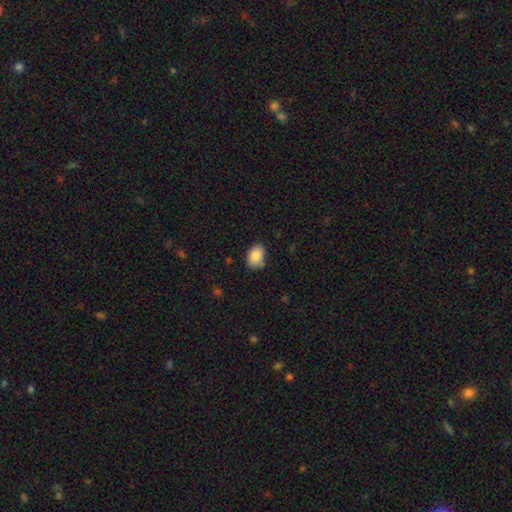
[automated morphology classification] Smooth or featured? Predicted: smooth (p=0.86). How rounded? Predicted: in between (p=0.75). Merging? Predicted: none (p=0.76).